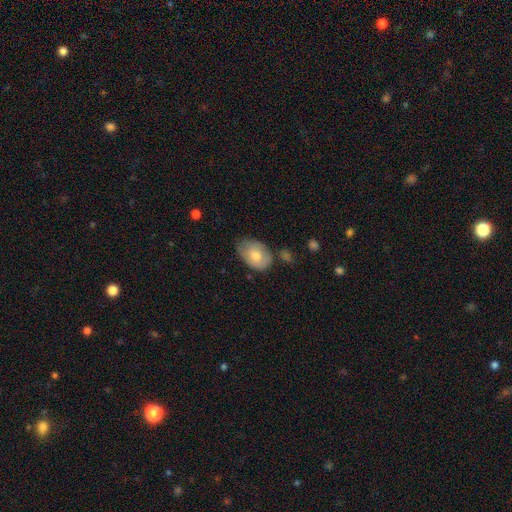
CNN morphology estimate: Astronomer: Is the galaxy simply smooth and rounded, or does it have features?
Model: smooth — 71%.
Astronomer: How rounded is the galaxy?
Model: in between — 83%.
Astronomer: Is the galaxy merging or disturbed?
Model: none — 52% (runner-up: minor disturbance, 34%).